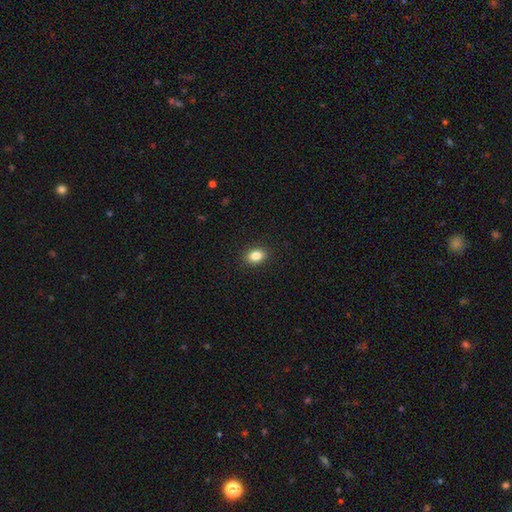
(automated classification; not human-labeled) Overall: smooth (84%). How rounded: in between (67%; round 31%). Merging: none (90%).